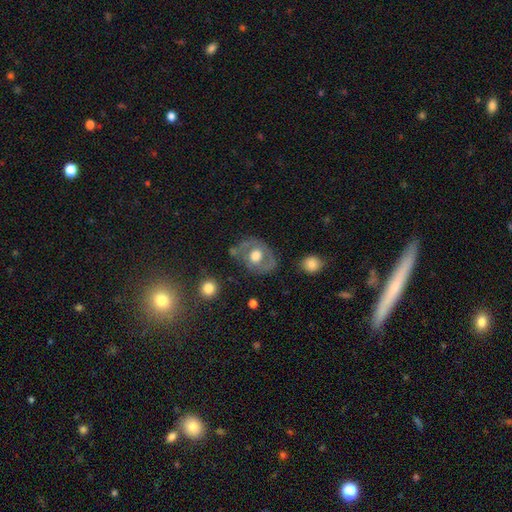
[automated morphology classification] This is possibly a featured or disk galaxy (52%). It is clearly not viewed edge-on (94%). Merging: possibly none (60%).